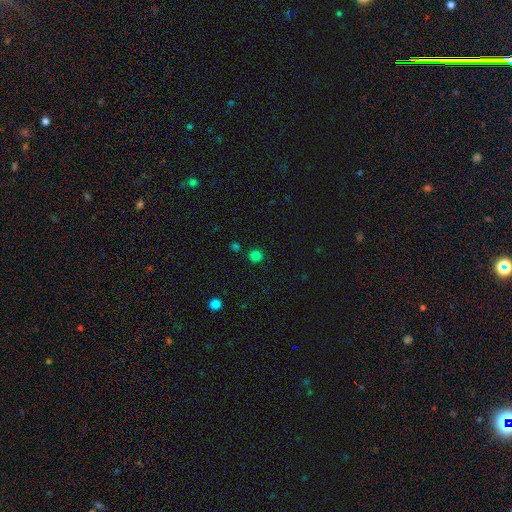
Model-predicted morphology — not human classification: This is likely a smooth galaxy (79%). How rounded: clearly round (91%). Merging: clearly none (86%).